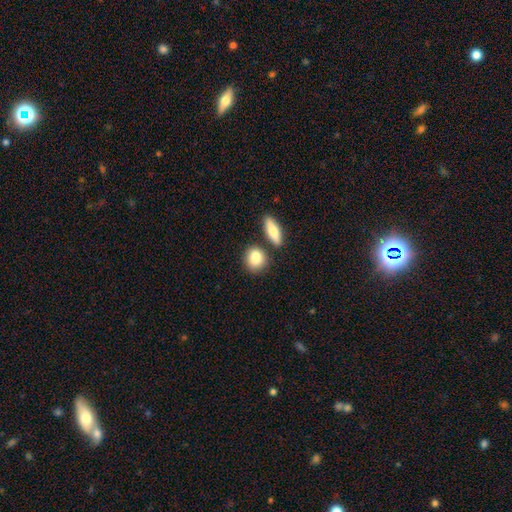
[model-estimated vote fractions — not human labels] Smooth or featured: smooth — 85% (featured or disk — 8%)
How rounded: round — 50% (in between — 45%)
Merging: none — 69% (merger — 15%)